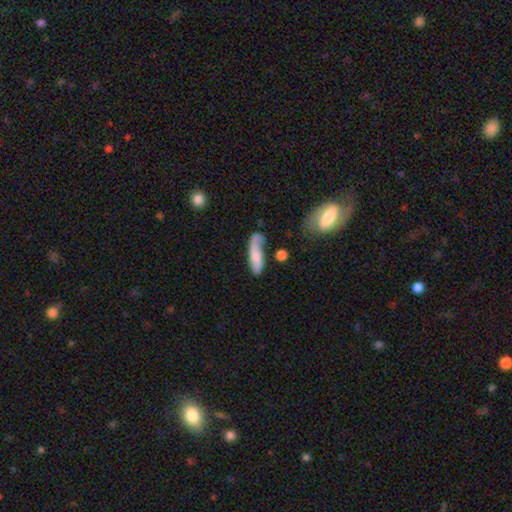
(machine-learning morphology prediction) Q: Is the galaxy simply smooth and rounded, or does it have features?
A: smooth — 57%.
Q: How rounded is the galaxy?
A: cigar-shaped — 53%.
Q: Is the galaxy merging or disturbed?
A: none — 50%.